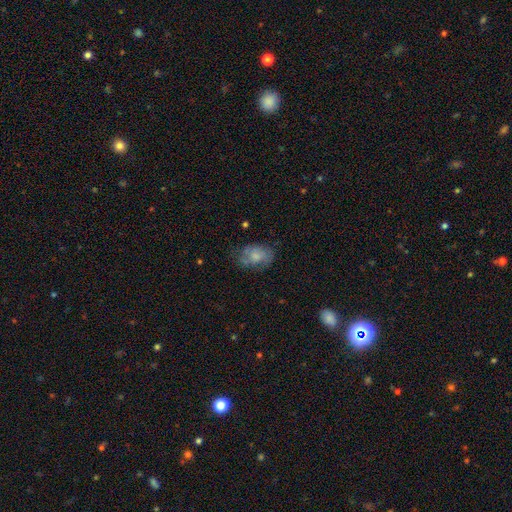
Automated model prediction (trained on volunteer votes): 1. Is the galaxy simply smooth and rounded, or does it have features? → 65% smooth, 27% featured or disk, 8% star or artifact.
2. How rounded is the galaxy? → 83% in between, 16% round, 1% cigar-shaped.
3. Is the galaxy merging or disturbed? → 55% none, 28% minor disturbance, 15% major disturbance, 2% merger.